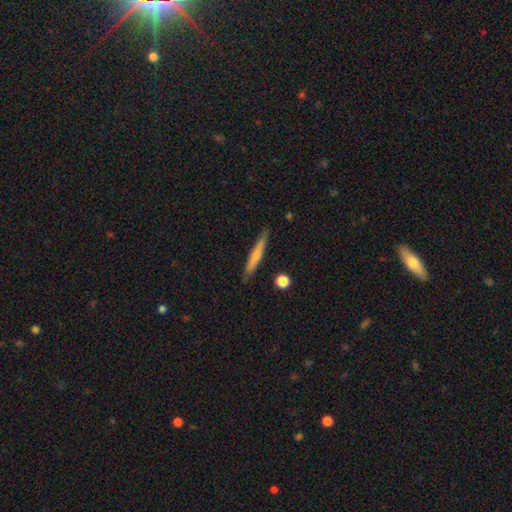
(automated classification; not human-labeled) A smooth galaxy with no disk features (60%) that is cigar-shaped (95%). Merging: none (86%).